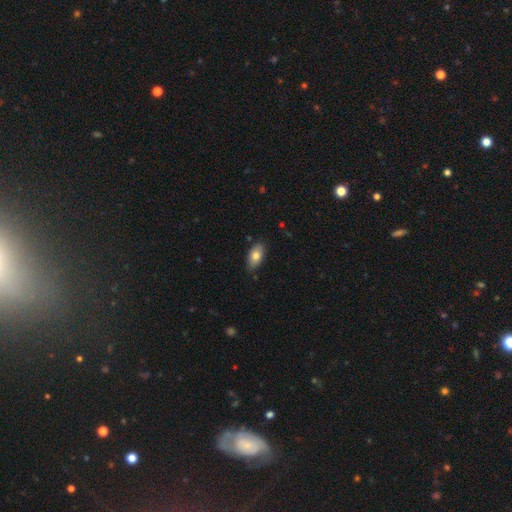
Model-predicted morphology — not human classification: The model was most divided on "smooth or featured": smooth: 78%, featured or disk: 16%, star or artifact: 7%. More confident: how rounded — in between (92%); merging — none (82%).